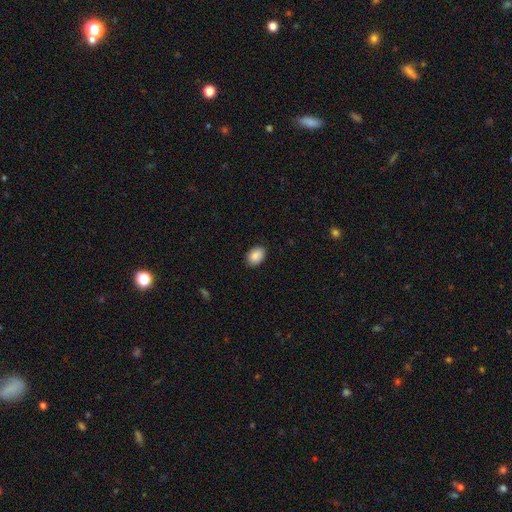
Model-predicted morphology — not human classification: A smooth galaxy with no disk features (88%) that is in between round and cigar-shaped (77%).

Vote fractions:
- Smooth or featured? smooth: 88% / star or artifact: 7% / featured or disk: 5%
- How rounded? in between: 77% / round: 22% / cigar-shaped: 1%
- Merging? none: 89% / minor disturbance: 9% / major disturbance: 2% / merger: 1%